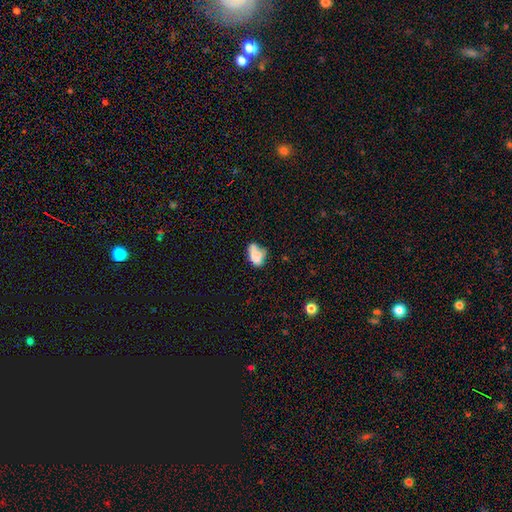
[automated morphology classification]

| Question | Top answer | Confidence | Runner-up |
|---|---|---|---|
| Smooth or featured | smooth | 67% | featured or disk (22%) |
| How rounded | in between | 86% | round (11%) |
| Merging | none | 35% | minor disturbance (26%) |